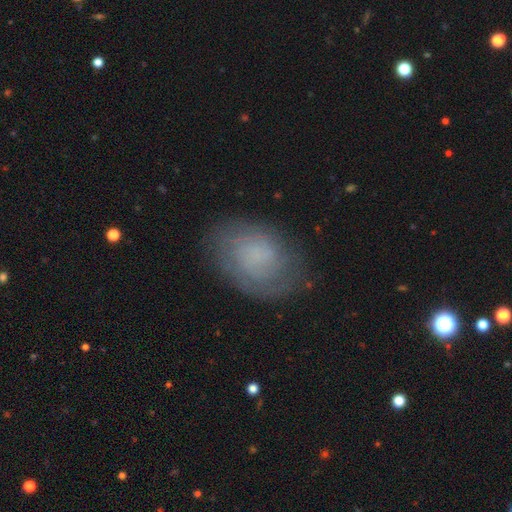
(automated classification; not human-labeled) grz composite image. It shows a featured or disk galaxy (51%). Merging: none (74%).